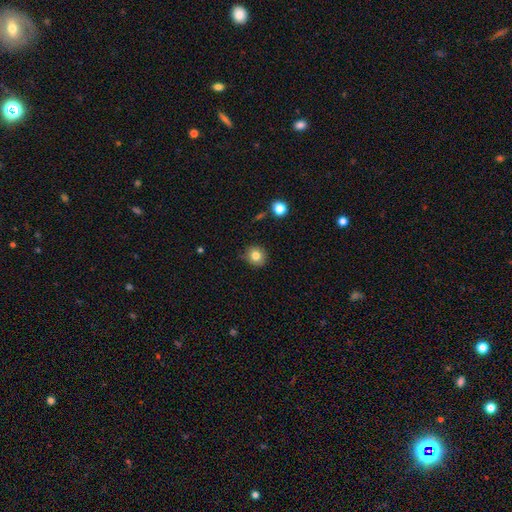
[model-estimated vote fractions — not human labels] Overall: smooth (80%). How rounded: round (86%). Merging: none (83%).